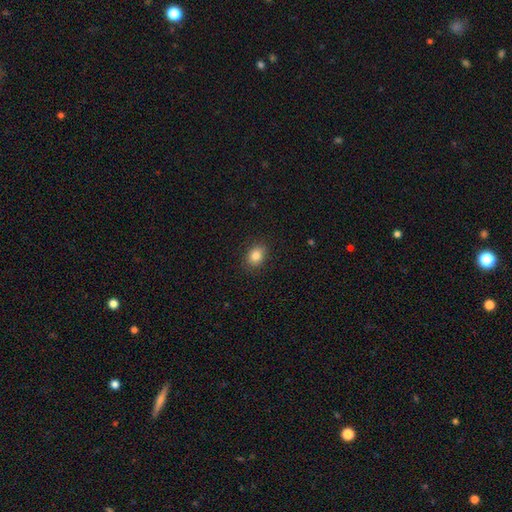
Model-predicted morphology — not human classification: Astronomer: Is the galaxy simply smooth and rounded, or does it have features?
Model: smooth — 85%.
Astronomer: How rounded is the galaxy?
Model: in between — 57% (runner-up: round, 42%).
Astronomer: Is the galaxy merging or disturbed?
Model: none — 86%.